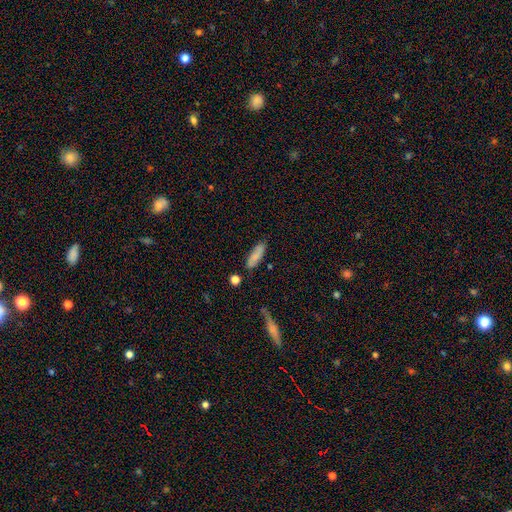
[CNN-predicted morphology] A smooth galaxy with no disk features (79%) that is in between round and cigar-shaped (53%).

Vote fractions:
- Smooth or featured? smooth: 79% / featured or disk: 14% / star or artifact: 7%
- How rounded? in between: 53% / cigar-shaped: 45% / round: 2%
- Merging? none: 79% / minor disturbance: 14% / merger: 4% / major disturbance: 3%